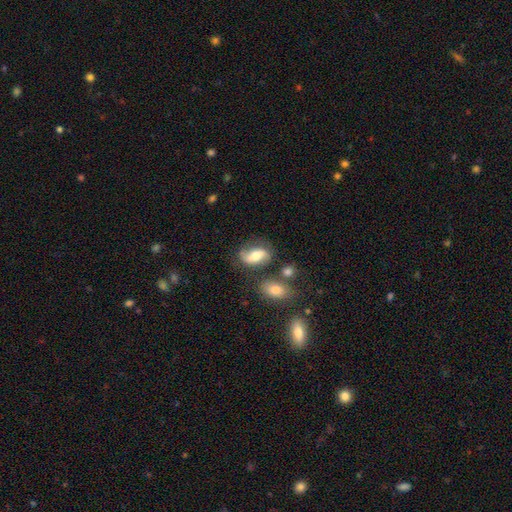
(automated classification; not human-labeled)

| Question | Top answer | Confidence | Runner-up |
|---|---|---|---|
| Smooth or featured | featured or disk | 55% | smooth (37%) |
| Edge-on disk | no | 95% | yes (5%) |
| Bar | no | 41% | weak (37%) |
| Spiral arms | yes | 86% | no (14%) |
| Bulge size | moderate | 63% | small (16%) |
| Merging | none | 67% | minor disturbance (18%) |